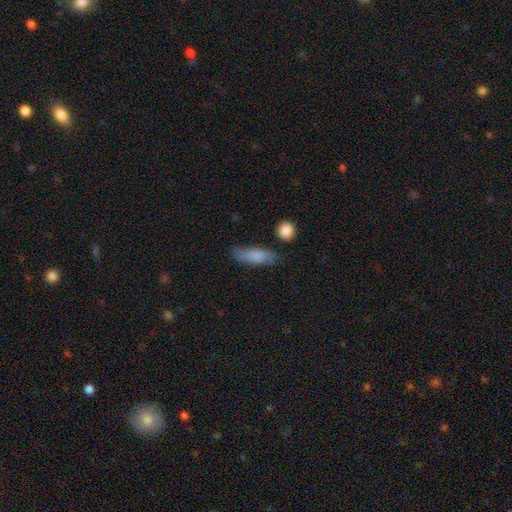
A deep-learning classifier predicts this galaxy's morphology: Q: Smooth or featured?
A: smooth (79%); runner-up: featured or disk (14%)
Q: How rounded?
A: in between (57%); runner-up: cigar-shaped (40%)
Q: Merging?
A: none (72%); runner-up: minor disturbance (20%)